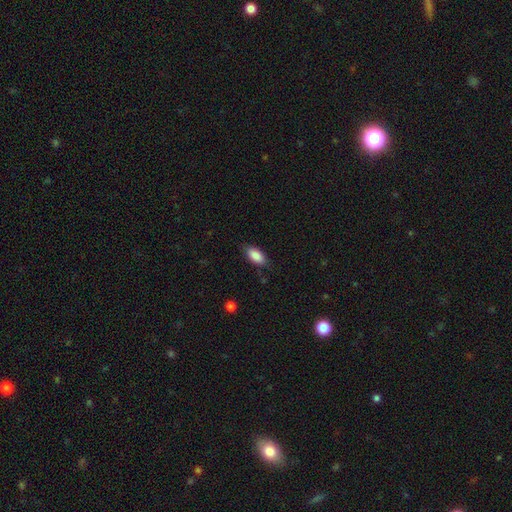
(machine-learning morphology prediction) smooth_or_featured: smooth (p=0.87) [alt: star or artifact p=0.07]
how_rounded: in between (p=0.90) [alt: cigar-shaped p=0.08]
merging: none (p=0.80) [alt: minor disturbance p=0.15]